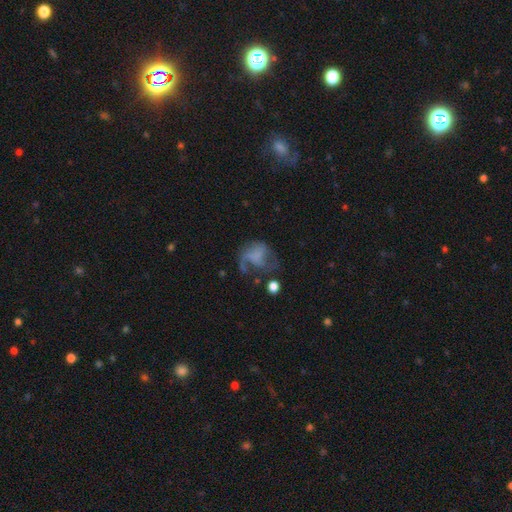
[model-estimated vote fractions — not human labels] This appears to be a smooth galaxy with no disk features (44%). Merging: major disturbance (47%).